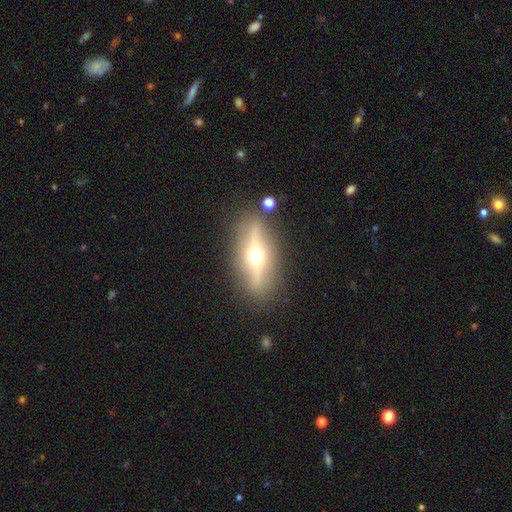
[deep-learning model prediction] Morphology: type=featured or disk (68%); edge-on=yes (75%); edge-on bulge=rounded (96%); merging=none (84%).